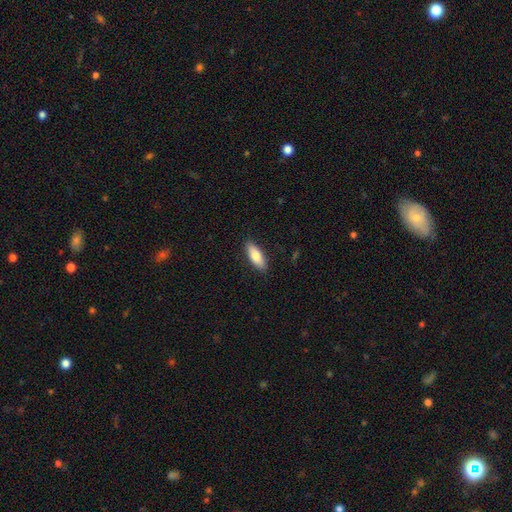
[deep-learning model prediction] smooth 78%, featured or disk 17%, star or artifact 6%. Down the decision tree: how rounded — in between (67%); merging — none (89%).